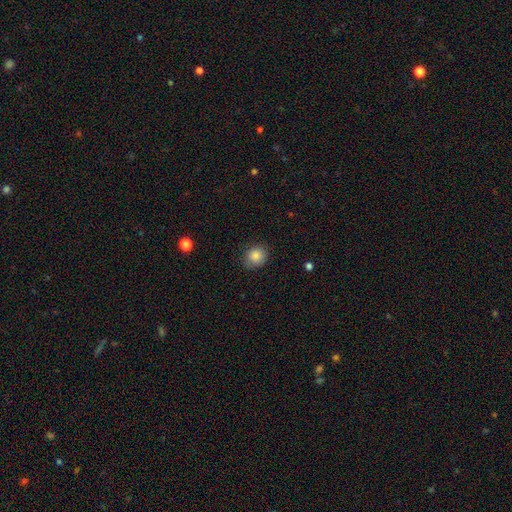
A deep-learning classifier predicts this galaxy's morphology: Smooth or featured? Predicted: smooth (p=0.85). How rounded? Predicted: round (p=0.72). Merging? Predicted: none (p=0.82).